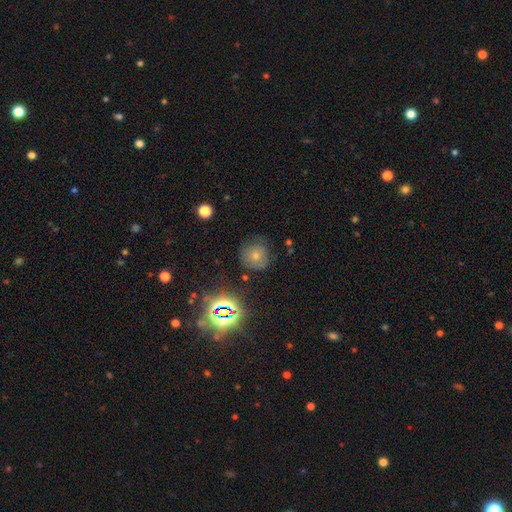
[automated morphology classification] This is likely a smooth galaxy (65%). How rounded: clearly round (91%). Merging: likely none (73%).